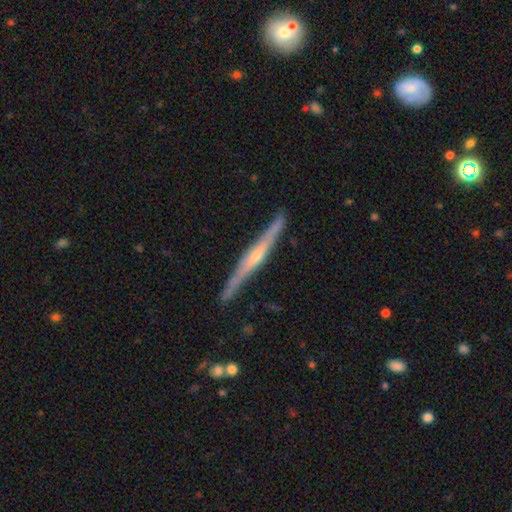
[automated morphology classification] smooth-or-featured: featured or disk: 79% | smooth: 15% | star or artifact: 6%
  disk-edge-on: yes: 97% | no: 3%
    edge-on-bulge: rounded: 73% | none: 20% | boxy: 7%
  merging: none: 88% | minor disturbance: 9% | major disturbance: 2% | merger: 1%